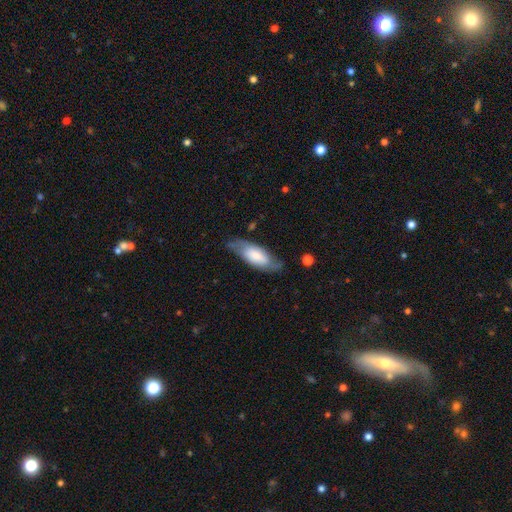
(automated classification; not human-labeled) This appears to be a smooth galaxy with no disk features (56%) that is in between round and cigar-shaped (74%). Merging: none (66%).